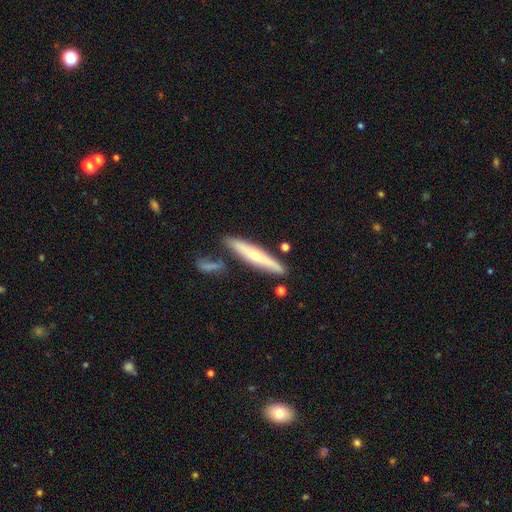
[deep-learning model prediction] smooth_or_featured: featured or disk (p=0.49) [alt: smooth p=0.45]
merging: none (p=0.78) [alt: minor disturbance p=0.13]